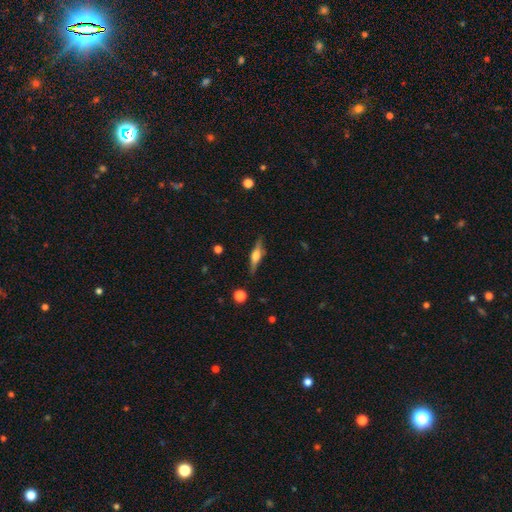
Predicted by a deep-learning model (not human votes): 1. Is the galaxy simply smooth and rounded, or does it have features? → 63% featured or disk, 30% smooth, 7% star or artifact.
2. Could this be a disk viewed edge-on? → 96% yes, 4% no.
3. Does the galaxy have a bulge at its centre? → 80% rounded, 16% boxy, 4% none.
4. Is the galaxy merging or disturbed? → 85% none, 11% minor disturbance, 3% major disturbance, 2% merger.